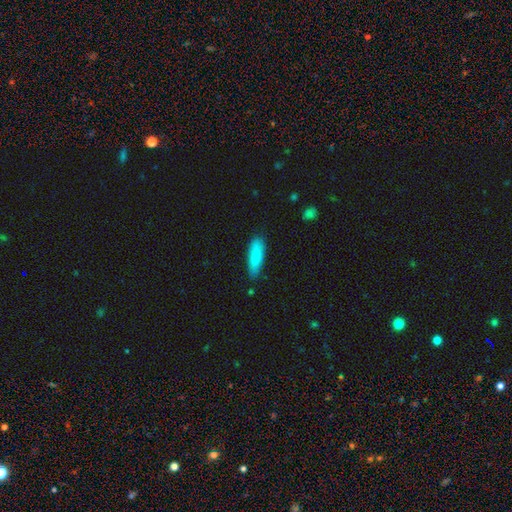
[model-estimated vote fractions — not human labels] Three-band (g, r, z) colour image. It shows a smooth galaxy with no disk features (86%) that is cigar-shaped (54%). Merging: none (79%).